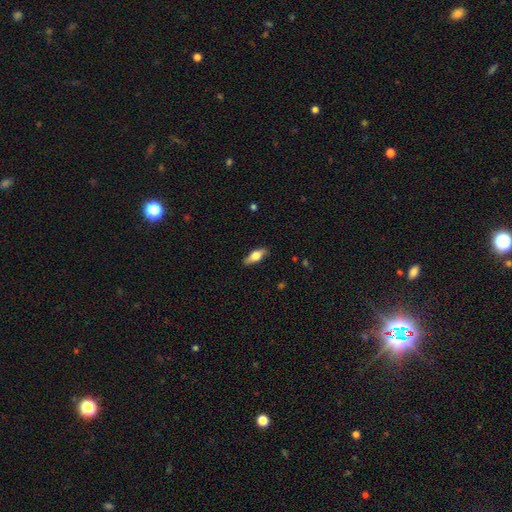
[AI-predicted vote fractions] A smooth galaxy with no disk features (62%) that is in between round and cigar-shaped (69%). Merging: none (86%).